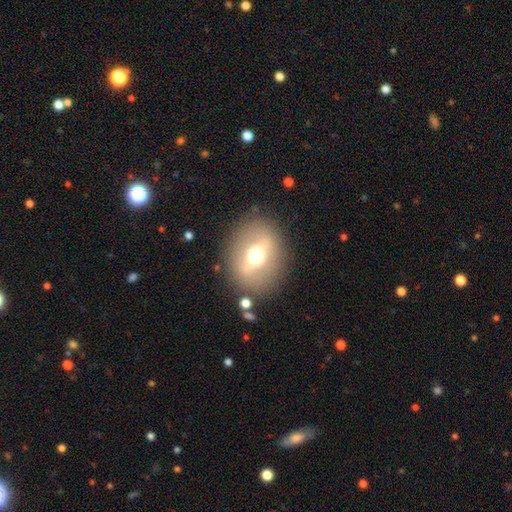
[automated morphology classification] The model was most divided on "smooth or featured": featured or disk: 48%, smooth: 42%, star or artifact: 10%. More confident: merging — none (83%).